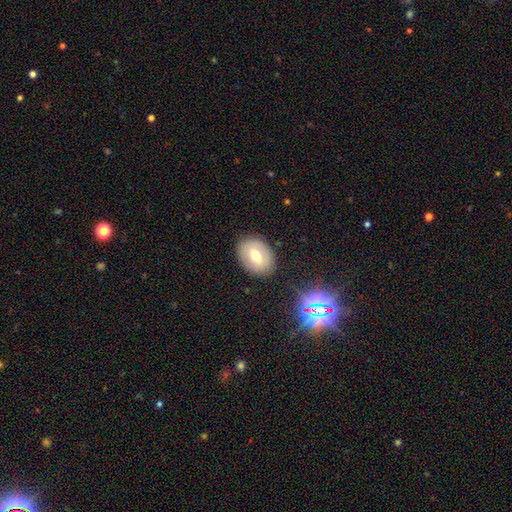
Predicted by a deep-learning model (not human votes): Smooth or featured? Predicted: smooth (p=0.57). How rounded? Predicted: in between (p=0.71). Merging? Predicted: none (p=0.85).